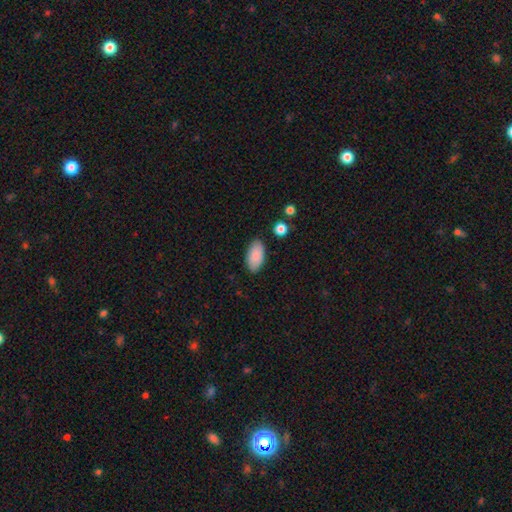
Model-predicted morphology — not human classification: This is clearly a smooth galaxy (89%). How rounded: clearly in between (94%). Merging: clearly none (85%).